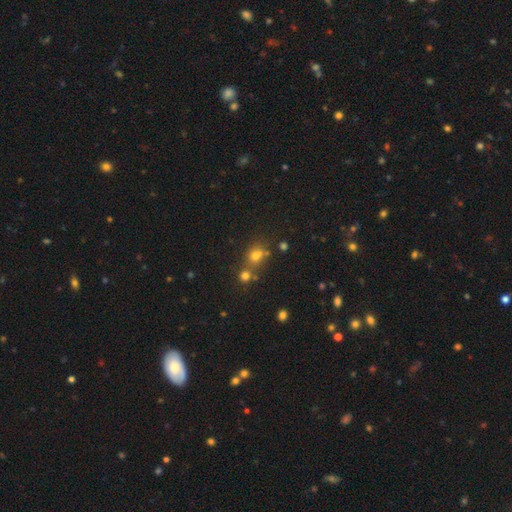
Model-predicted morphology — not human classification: Smooth or featured: smooth — 63% (star or artifact — 25%)
How rounded: round — 74% (in between — 24%)
Merging: none — 53% (merger — 32%)